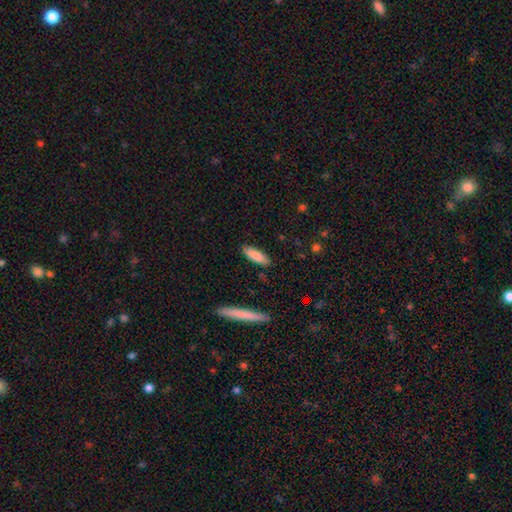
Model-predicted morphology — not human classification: Smooth or featured? smooth (84%)
How rounded? in between (53%)
Merging? none (85%)